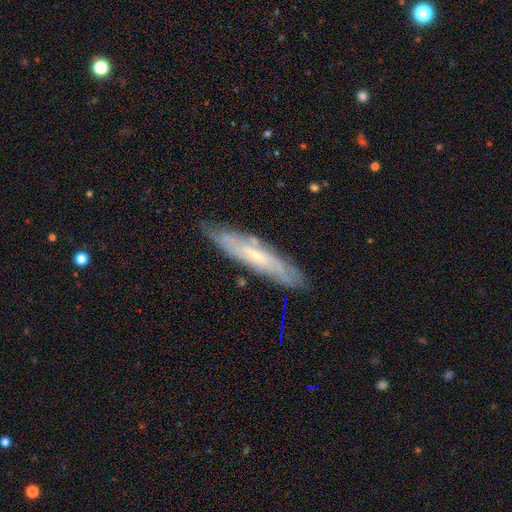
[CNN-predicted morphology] type=featured or disk (64%); edge-on=no (52%); merging=none (77%).